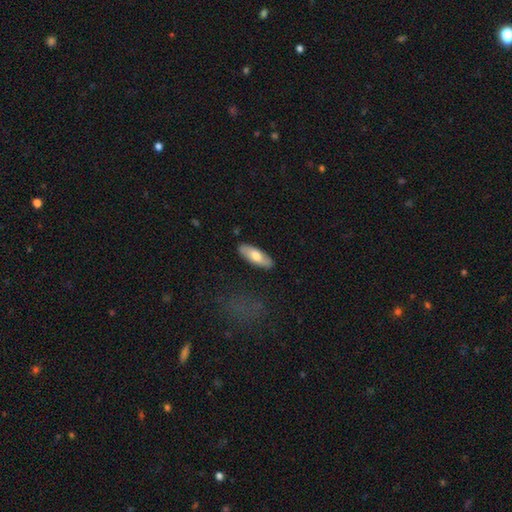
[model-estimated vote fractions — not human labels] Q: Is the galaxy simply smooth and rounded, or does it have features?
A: smooth — 65%.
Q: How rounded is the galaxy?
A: in between — 69%.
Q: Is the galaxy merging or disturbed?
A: none — 86%.